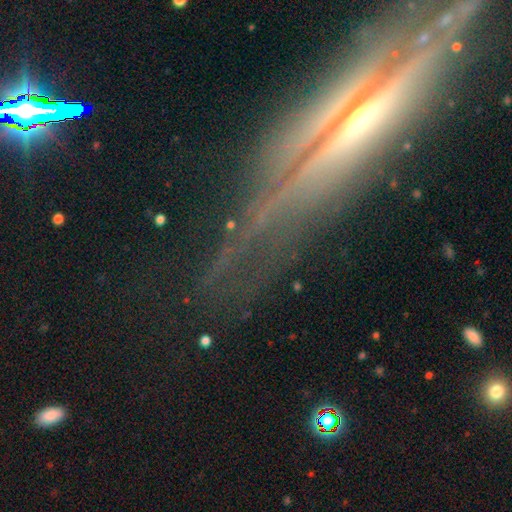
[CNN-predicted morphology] This is marginally a featured or disk galaxy (42%). Merging: likely none (73%).